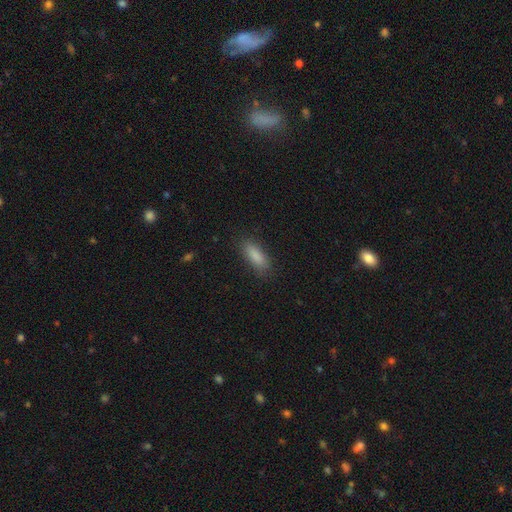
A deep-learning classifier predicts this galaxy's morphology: Smooth or featured? smooth (87%)
How rounded? in between (66%)
Merging? none (83%)